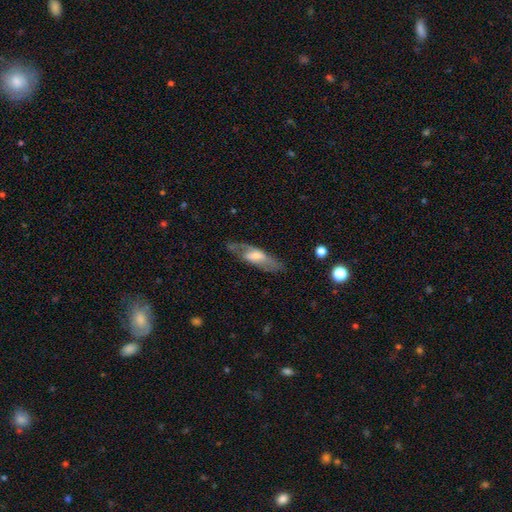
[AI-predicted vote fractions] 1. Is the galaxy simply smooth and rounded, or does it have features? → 61% featured or disk, 33% smooth, 6% star or artifact.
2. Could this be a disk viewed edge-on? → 68% no, 32% yes.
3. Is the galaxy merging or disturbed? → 70% none, 19% minor disturbance, 9% major disturbance, 2% merger.